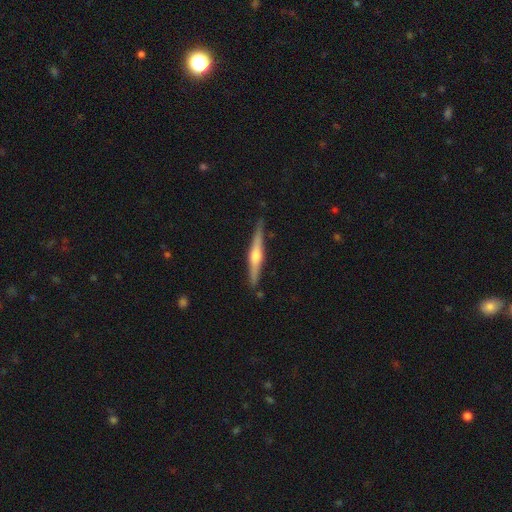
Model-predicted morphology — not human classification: A featured or disk galaxy (72%) viewed edge-on (98%) with a rounded central bulge (90%).

Vote fractions:
- Smooth or featured? featured or disk: 72% / smooth: 23% / star or artifact: 5%
- Edge-on disk? yes: 98% / no: 2%
- Edge-on bulge? rounded: 90% / boxy: 6% / none: 5%
- Merging? none: 87% / minor disturbance: 10% / merger: 2% / major disturbance: 2%